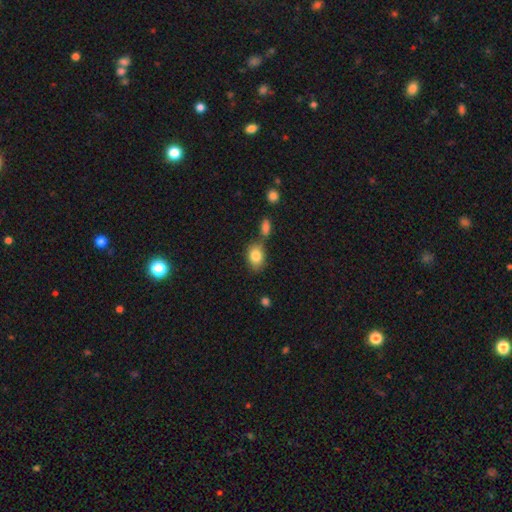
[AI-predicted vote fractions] A smooth galaxy with no disk features (83%) that is in between round and cigar-shaped (77%). Merging: none (64%).